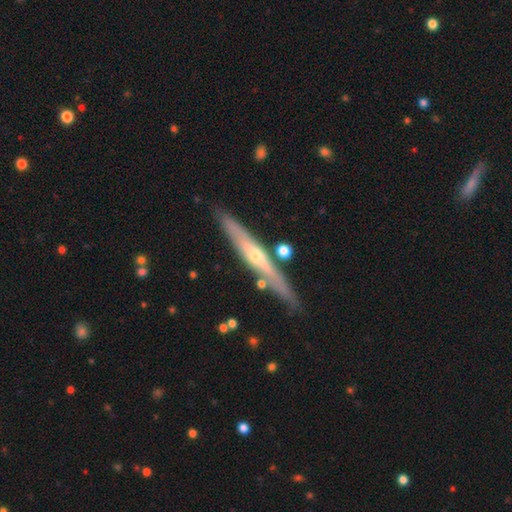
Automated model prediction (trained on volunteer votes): Smooth or featured?
  - featured or disk: 74% *
  - smooth: 20%
  - star or artifact: 6%
Edge-on disk?
  - yes: 94% *
  - no: 6%
Edge-on bulge?
  - rounded: 74% *
  - none: 22%
  - boxy: 4%
Merging?
  - none: 82% *
  - minor disturbance: 11%
  - merger: 4%
  - major disturbance: 2%